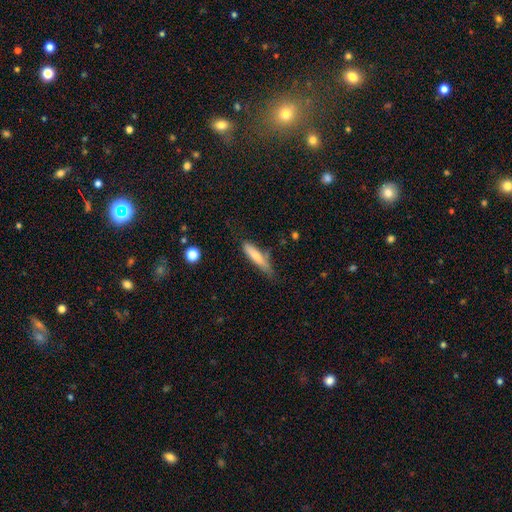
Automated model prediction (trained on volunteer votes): A smooth galaxy with no disk features (76%) that is cigar-shaped (80%). Merging: none (57%).